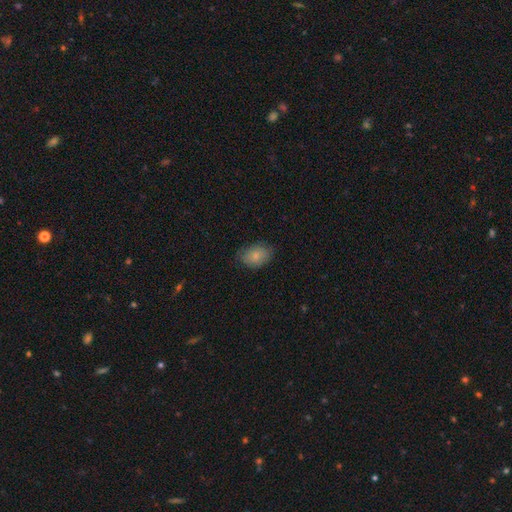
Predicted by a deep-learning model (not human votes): Morphology: type=smooth (81%); roundness=in between (79%); merging=none (75%).